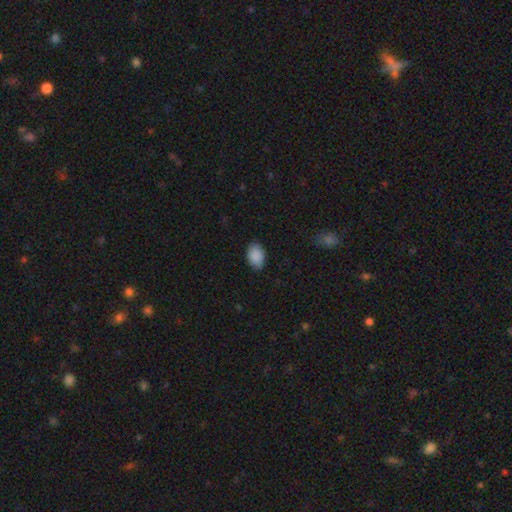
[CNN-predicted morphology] smooth 89%, star or artifact 7%, featured or disk 4%. Down the decision tree: how rounded — in between (86%); merging — none (81%).